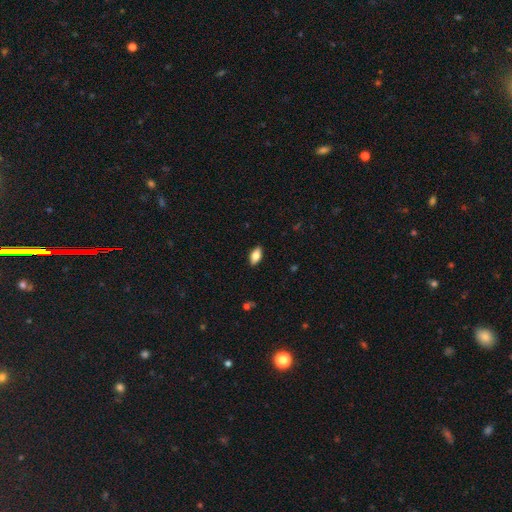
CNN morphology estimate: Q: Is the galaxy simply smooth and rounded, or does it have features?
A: smooth — 80%.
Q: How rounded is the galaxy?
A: in between — 90%.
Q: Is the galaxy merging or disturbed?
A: none — 89%.